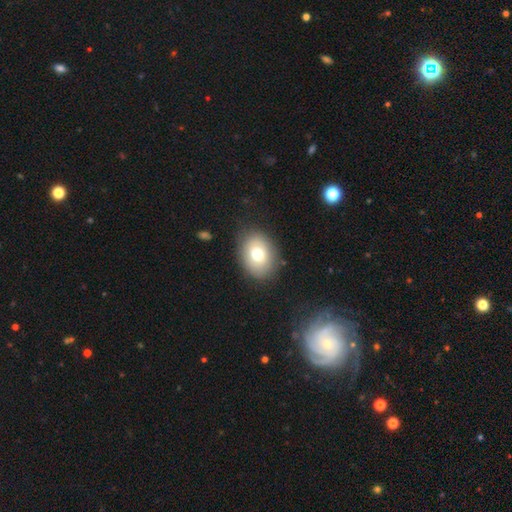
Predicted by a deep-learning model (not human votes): This appears to be a smooth galaxy with no disk features (67%) that is in between round and cigar-shaped (62%). Merging: none (84%).